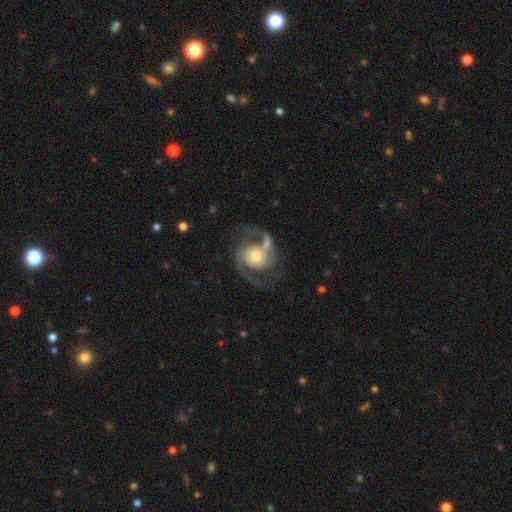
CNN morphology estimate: smooth-or-featured: featured or disk: 89% | smooth: 6% | star or artifact: 5%
  disk-edge-on: no: 98% | yes: 2%
    bar: no: 66% | weak: 26% | strong: 9%
    has-spiral-arms: yes: 97% | no: 3%
      spiral-winding: medium: 58% | loose: 22% | tight: 20%
      spiral-arm-count: 2: 91% | can't tell: 2% | 3: 2% | 1: 2% | 4: 1% | more than 4: 1%
    bulge-size: moderate: 50% | small: 32% | large: 13% | none: 3% | dominant: 2%
  merging: none: 66% | minor disturbance: 16% | major disturbance: 12% | merger: 7%